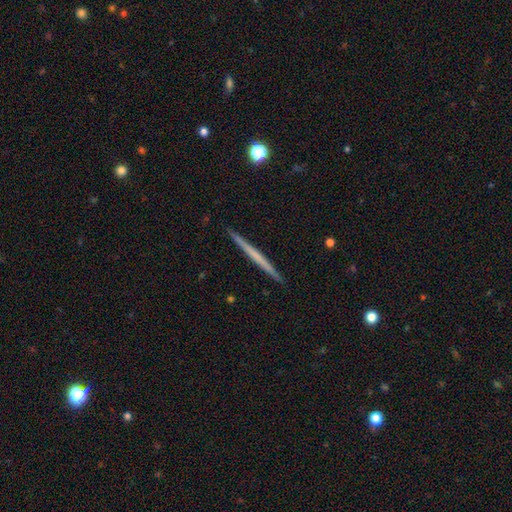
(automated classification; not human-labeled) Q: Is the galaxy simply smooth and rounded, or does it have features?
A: featured or disk — 52%.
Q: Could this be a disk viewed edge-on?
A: yes — 98%.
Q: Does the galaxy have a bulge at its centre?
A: none — 91%.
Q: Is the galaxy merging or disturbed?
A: none — 92%.